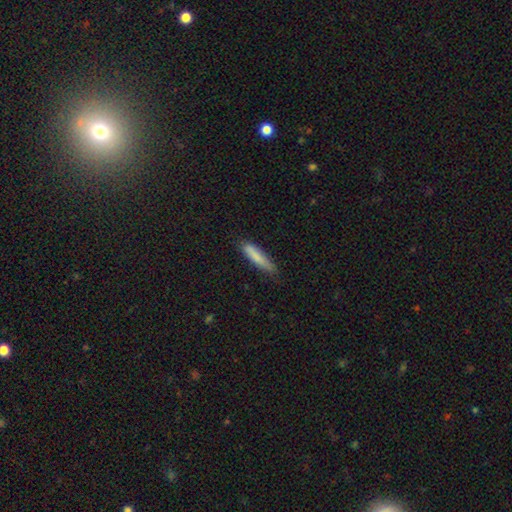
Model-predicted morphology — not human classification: Smooth or featured: smooth — 82% (featured or disk — 12%)
How rounded: cigar-shaped — 84% (in between — 15%)
Merging: none — 75% (minor disturbance — 20%)